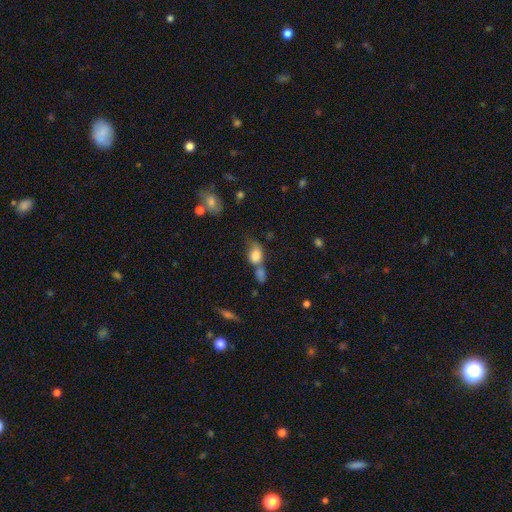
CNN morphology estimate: smooth-or-featured: smooth: 77% | featured or disk: 13% | star or artifact: 10%
  how-rounded: in between: 74% | round: 22% | cigar-shaped: 4%
  merging: merger: 51% | none: 23% | minor disturbance: 14% | major disturbance: 12%